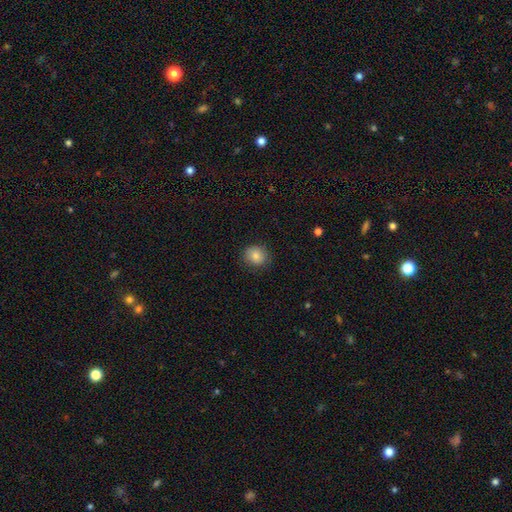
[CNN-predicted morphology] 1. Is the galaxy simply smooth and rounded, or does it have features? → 83% smooth, 9% star or artifact, 7% featured or disk.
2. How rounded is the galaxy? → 78% round, 21% in between, 1% cigar-shaped.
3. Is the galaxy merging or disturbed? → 86% none, 11% minor disturbance, 3% major disturbance, 1% merger.